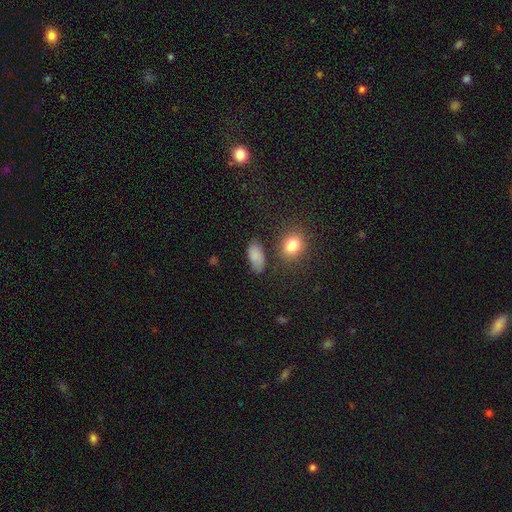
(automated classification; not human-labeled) smooth 82%, star or artifact 10%, featured or disk 8%. Down the decision tree: how rounded — in between (89%); merging — none (71%).